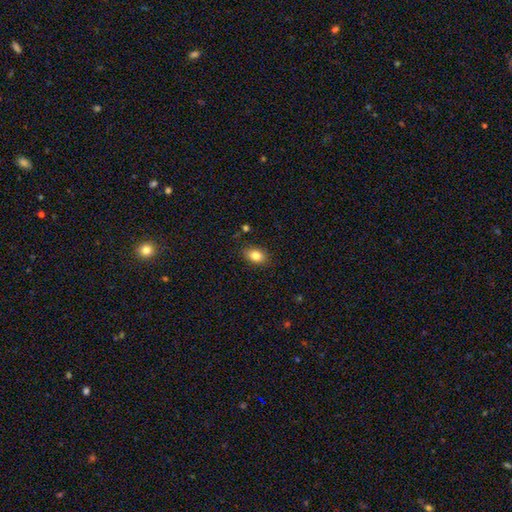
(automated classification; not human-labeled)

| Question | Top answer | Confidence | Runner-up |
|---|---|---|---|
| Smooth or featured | smooth | 83% | star or artifact (9%) |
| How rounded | in between | 82% | round (17%) |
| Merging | none | 85% | minor disturbance (11%) |